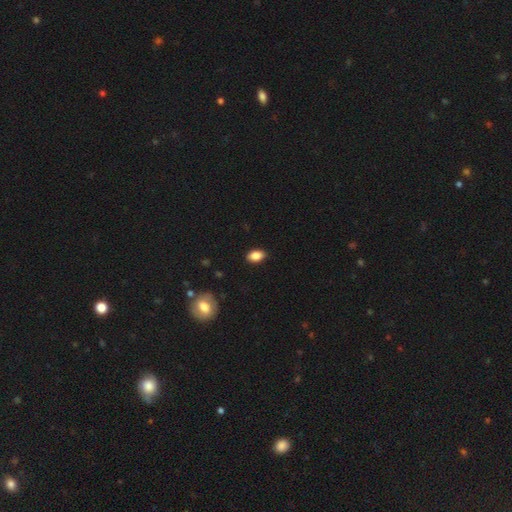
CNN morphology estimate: This is clearly a smooth galaxy (86%). How rounded: clearly in between (89%). Merging: clearly none (85%).